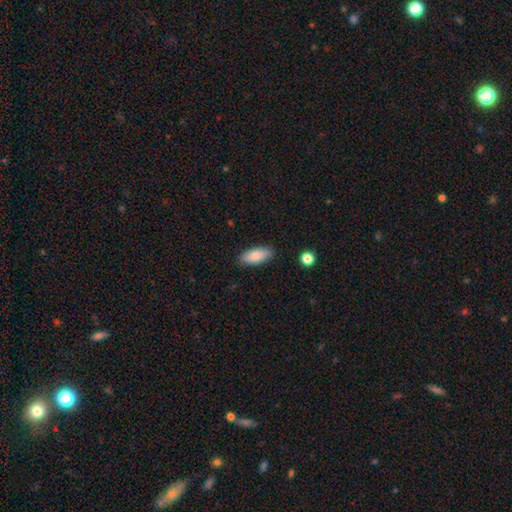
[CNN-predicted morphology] type=smooth (85%); roundness=in between (83%); merging=none (87%).